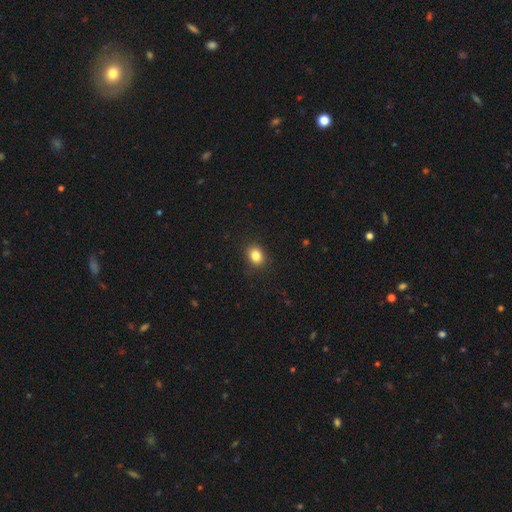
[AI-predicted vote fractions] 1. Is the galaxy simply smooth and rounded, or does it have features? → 84% smooth, 11% star or artifact, 5% featured or disk.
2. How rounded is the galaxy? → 52% round, 47% in between, 1% cigar-shaped.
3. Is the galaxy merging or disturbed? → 89% none, 8% minor disturbance, 2% major disturbance, 1% merger.